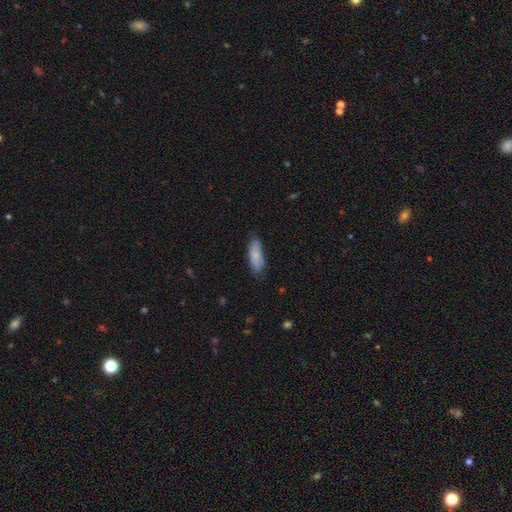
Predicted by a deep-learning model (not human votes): Overall: smooth (77%). How rounded: in between (63%; cigar-shaped 35%). Merging: none (74%).